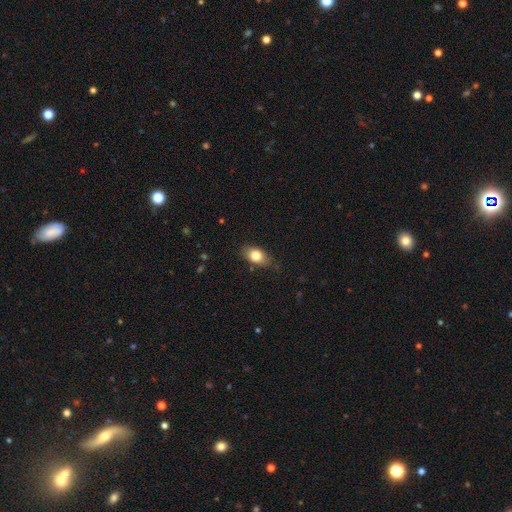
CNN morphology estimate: Smooth or featured: smooth — 80% (featured or disk — 12%)
How rounded: in between — 81% (round — 15%)
Merging: none — 71% (minor disturbance — 23%)